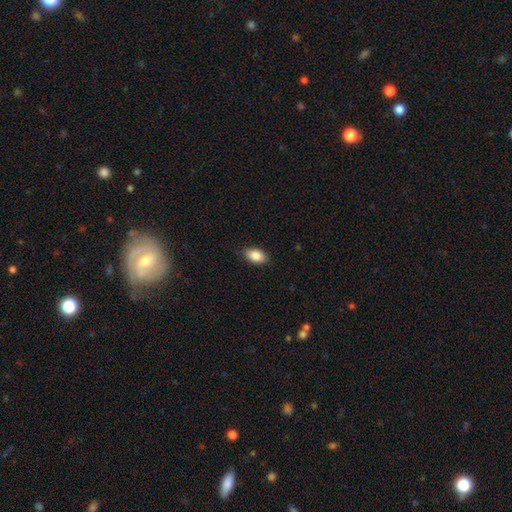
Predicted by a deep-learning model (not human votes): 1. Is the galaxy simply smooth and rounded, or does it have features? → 87% smooth, 7% star or artifact, 6% featured or disk.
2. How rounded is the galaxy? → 92% in between, 5% round, 2% cigar-shaped.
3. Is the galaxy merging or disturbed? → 87% none, 10% minor disturbance, 2% major disturbance, 1% merger.